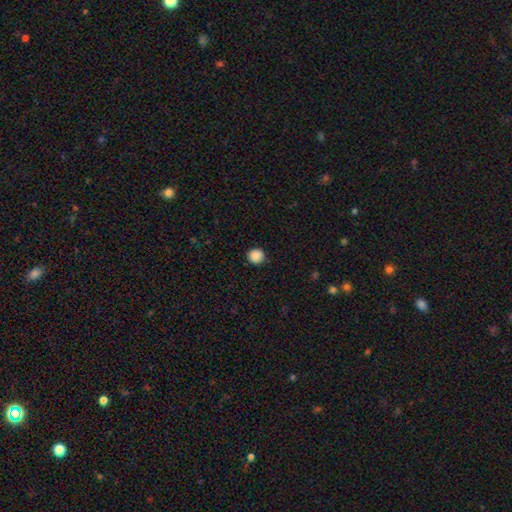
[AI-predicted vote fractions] Smooth or featured? Predicted: smooth (p=0.88). How rounded? Predicted: round (p=0.95). Merging? Predicted: none (p=0.91).